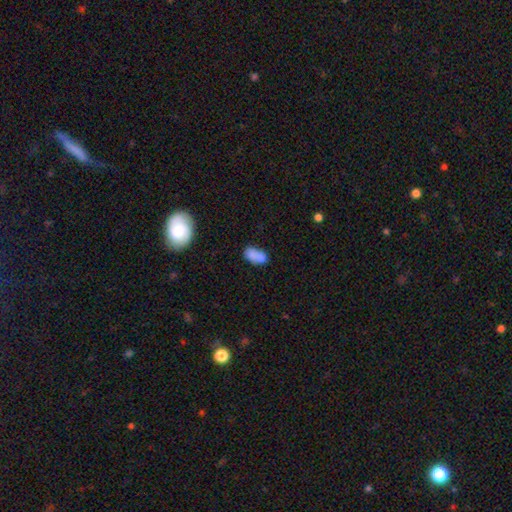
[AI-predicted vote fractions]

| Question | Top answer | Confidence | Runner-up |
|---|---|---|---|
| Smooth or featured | smooth | 79% | featured or disk (12%) |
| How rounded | in between | 90% | round (6%) |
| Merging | none | 51% | minor disturbance (22%) |